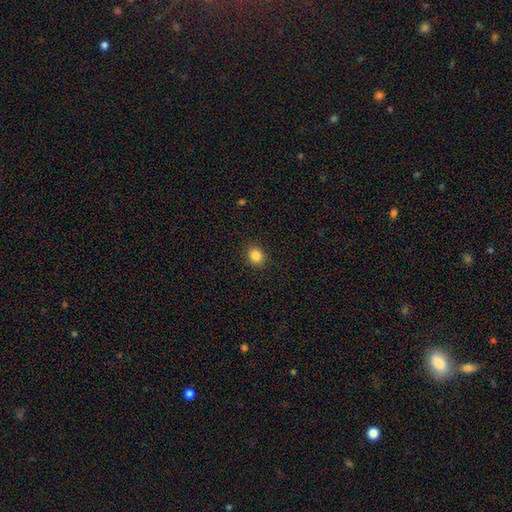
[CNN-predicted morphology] Smooth or featured? smooth (85%)
How rounded? round (67%)
Merging? none (91%)